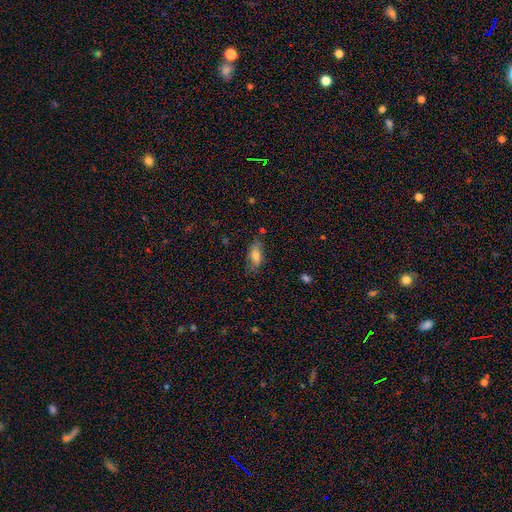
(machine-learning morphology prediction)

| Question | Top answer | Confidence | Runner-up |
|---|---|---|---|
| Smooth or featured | smooth | 73% | featured or disk (18%) |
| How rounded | in between | 81% | cigar-shaped (15%) |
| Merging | none | 69% | minor disturbance (22%) |